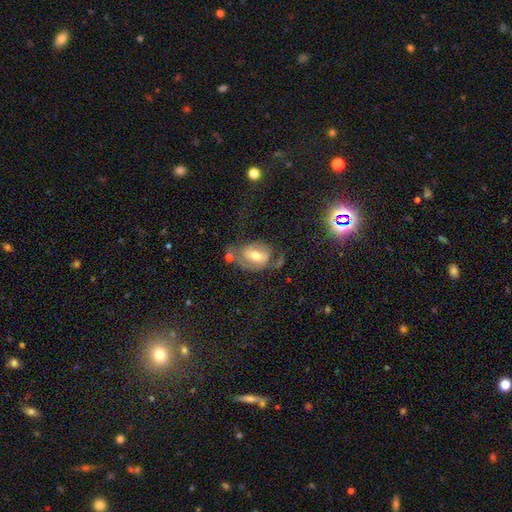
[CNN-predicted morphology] Q: Smooth or featured?
A: featured or disk (49%); runner-up: smooth (42%)
Q: Merging?
A: none (37%); runner-up: major disturbance (26%)